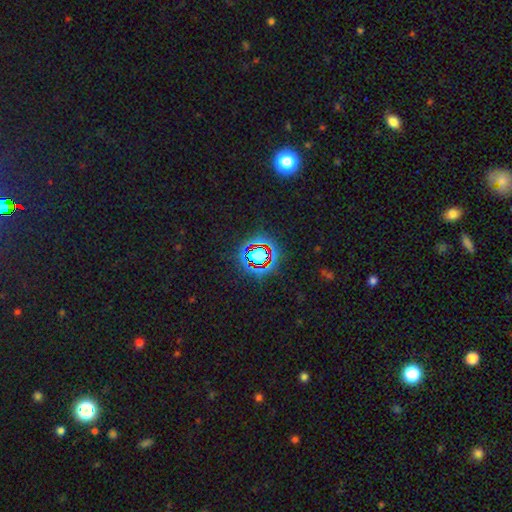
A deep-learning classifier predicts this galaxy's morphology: A star or artifact, not a galaxy (73%).

Vote fractions:
- Smooth or featured? star or artifact: 73% / smooth: 17% / featured or disk: 10%